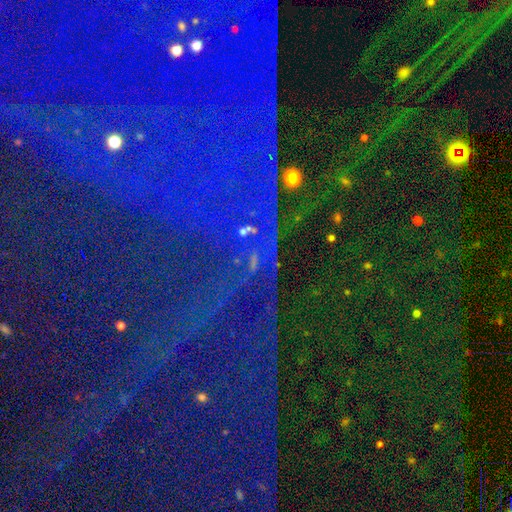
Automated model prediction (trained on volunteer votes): smooth_or_featured: star or artifact (p=0.87) [alt: featured or disk p=0.07]